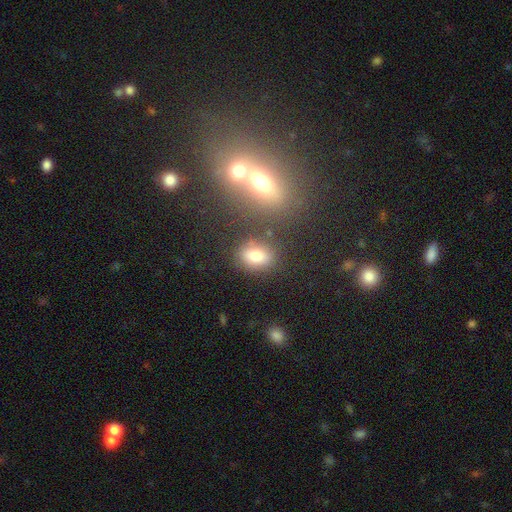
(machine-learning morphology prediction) Smooth or featured? smooth (78%)
How rounded? in between (75%)
Merging? none (76%)